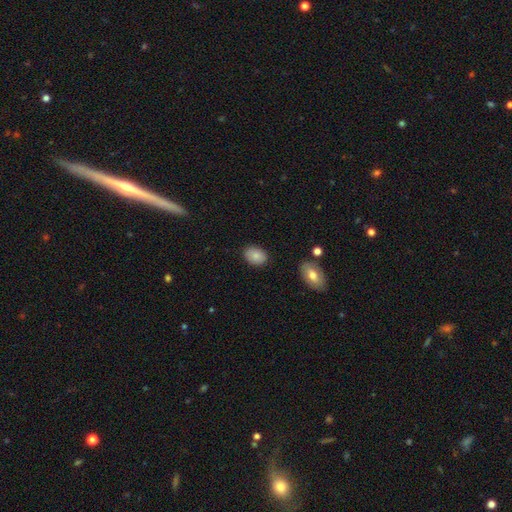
Morphology: type=smooth (92%); roundness=in between (72%); merging=none (86%).